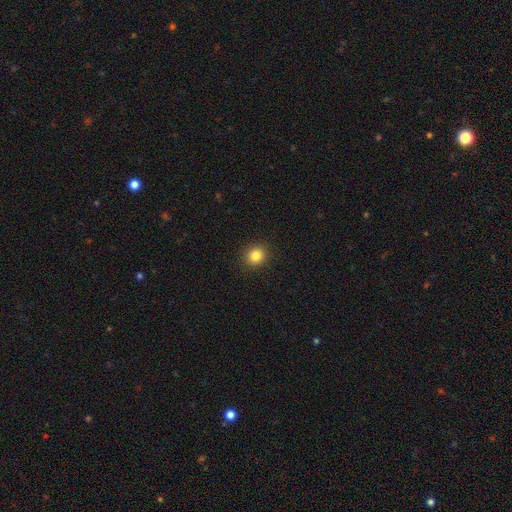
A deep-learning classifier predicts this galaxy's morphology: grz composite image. It shows a smooth galaxy with no disk features (84%) that is round (81%). Merging: none (91%).